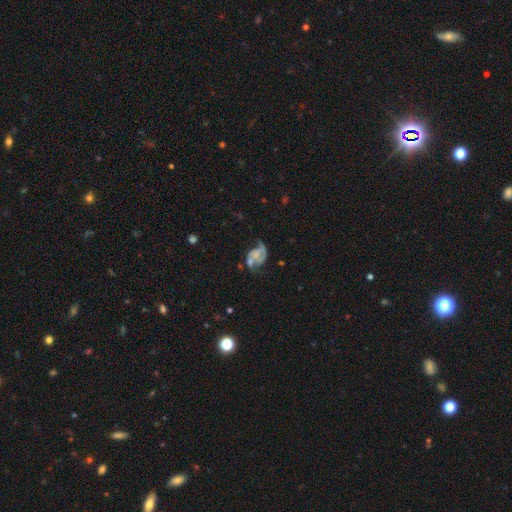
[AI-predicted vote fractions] Q: Smooth or featured?
A: featured or disk (68%); runner-up: smooth (23%)
Q: Edge-on disk?
A: no (98%); runner-up: yes (2%)
Q: Bar?
A: no (67%); runner-up: weak (27%)
Q: Spiral arms?
A: yes (79%); runner-up: no (21%)
Q: Spiral winding?
A: medium (43%); runner-up: loose (36%)
Q: Spiral arm count?
A: 2 (71%); runner-up: can't tell (12%)
Q: Bulge size?
A: none (37%); runner-up: small (36%)
Q: Merging?
A: none (32%); runner-up: major disturbance (28%)